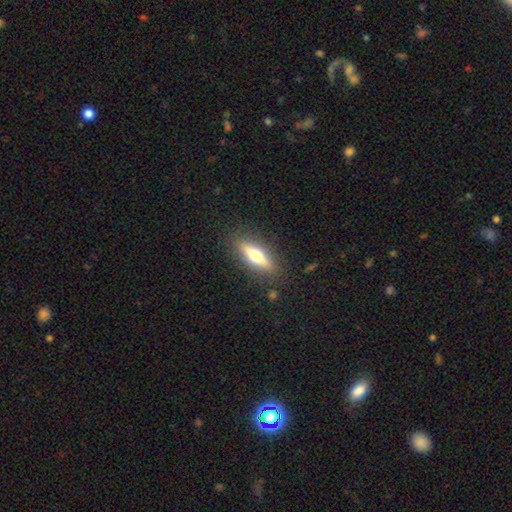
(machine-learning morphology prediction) Q: Smooth or featured?
A: featured or disk (47%); runner-up: smooth (46%)
Q: Merging?
A: none (86%); runner-up: minor disturbance (10%)